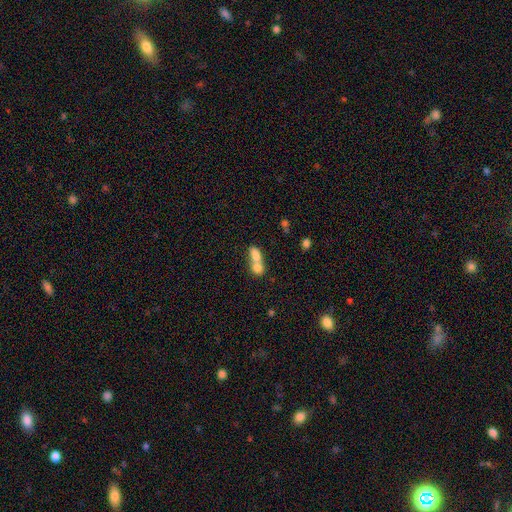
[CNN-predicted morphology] smooth_or_featured: smooth (p=0.74) [alt: featured or disk p=0.17]
how_rounded: in between (p=0.68) [alt: round p=0.25]
merging: merger (p=0.77) [alt: none p=0.15]